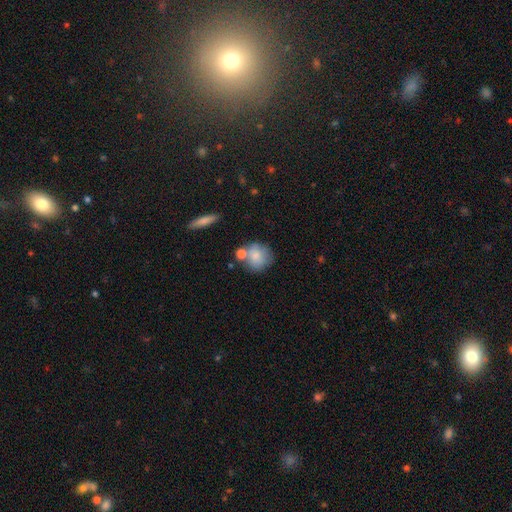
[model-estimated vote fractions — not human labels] A smooth galaxy with no disk features (79%) that is round (81%). Merging: none (52%).